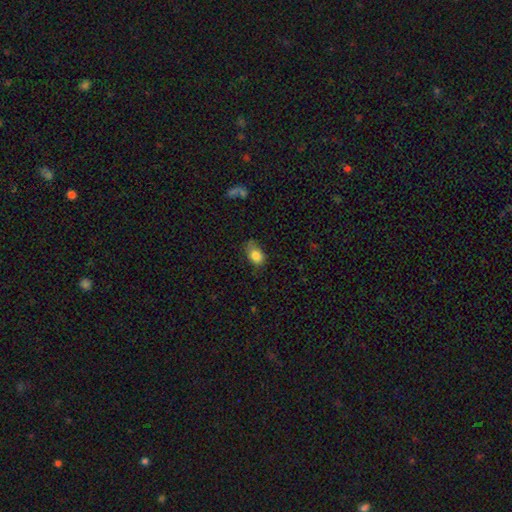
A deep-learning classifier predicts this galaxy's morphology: The model was most divided on "merging": none: 53%, minor disturbance: 35%, major disturbance: 10%, merger: 2%. More confident: smooth or featured — smooth (84%); how rounded — in between (81%).